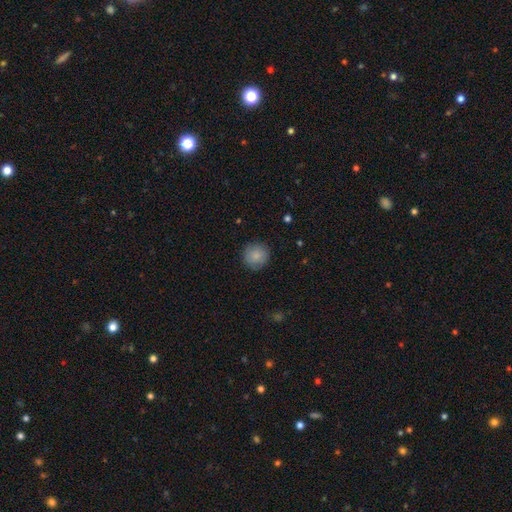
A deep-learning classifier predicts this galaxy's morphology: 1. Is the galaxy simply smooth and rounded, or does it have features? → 85% smooth, 8% star or artifact, 8% featured or disk.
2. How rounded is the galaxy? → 94% round, 5% in between, 1% cigar-shaped.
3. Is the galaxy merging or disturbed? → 87% none, 10% minor disturbance, 2% major disturbance, 1% merger.